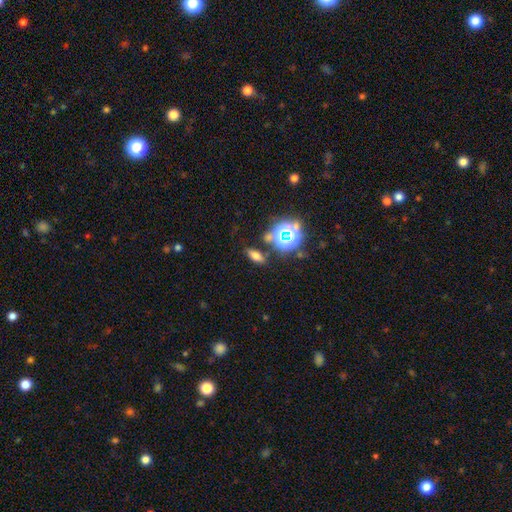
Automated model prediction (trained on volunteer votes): A smooth galaxy with no disk features (59%) that is in between round and cigar-shaped (66%). Merging: none (83%).